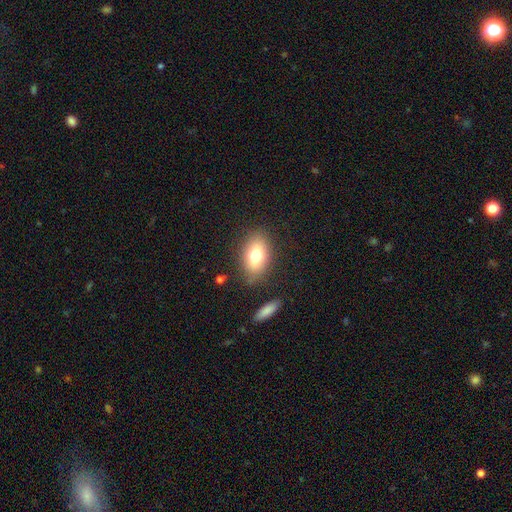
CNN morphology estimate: smooth 77%, featured or disk 15%, star or artifact 9%. Down the decision tree: how rounded — in between (86%); merging — none (81%).